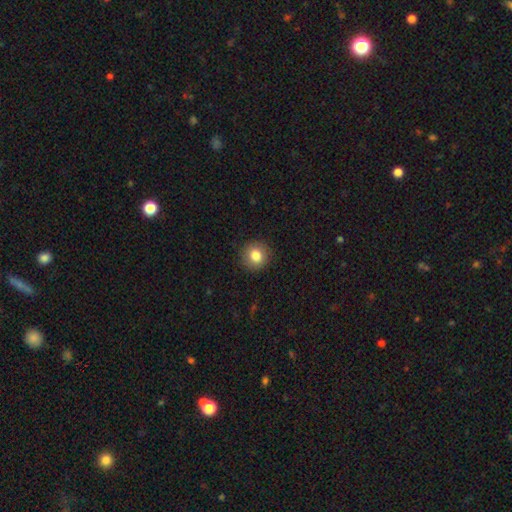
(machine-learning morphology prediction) smooth 83%, star or artifact 9%, featured or disk 7%. Down the decision tree: how rounded — round (90%); merging — none (90%).